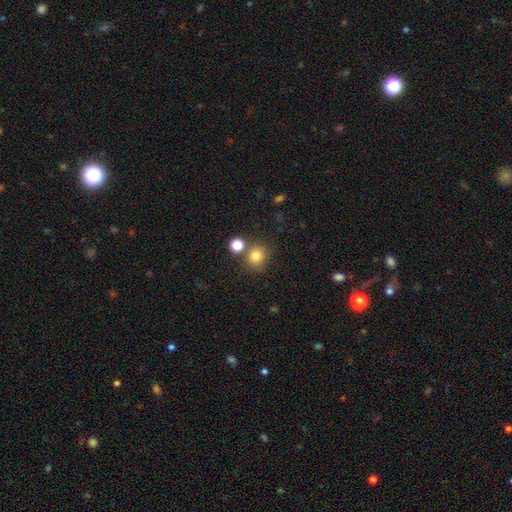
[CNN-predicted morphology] type=smooth (80%); roundness=round (85%); merging=none (71%).